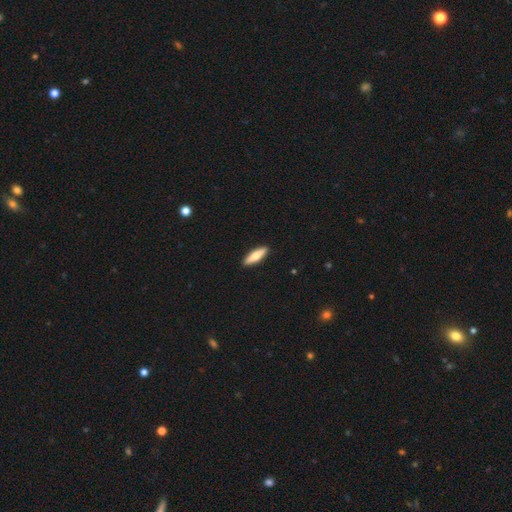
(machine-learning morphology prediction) This is likely a smooth galaxy (70%). How rounded: likely cigar-shaped (61%). Merging: clearly none (91%).